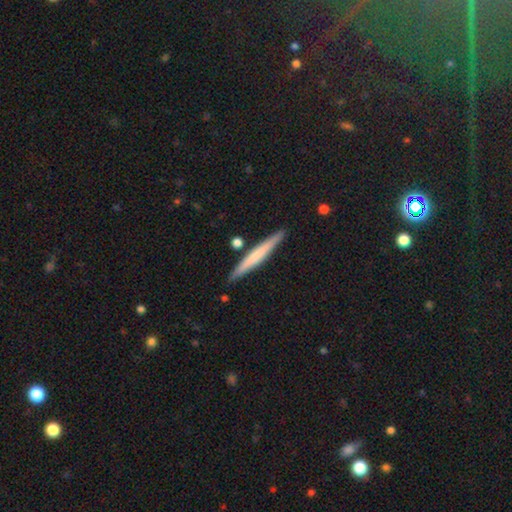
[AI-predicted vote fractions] A smooth galaxy with no disk features (52%) that is cigar-shaped (96%).

Vote fractions:
- Smooth or featured? smooth: 52% / featured or disk: 42% / star or artifact: 6%
- How rounded? cigar-shaped: 96% / in between: 3% / round: 1%
- Merging? none: 88% / minor disturbance: 8% / merger: 3% / major disturbance: 2%